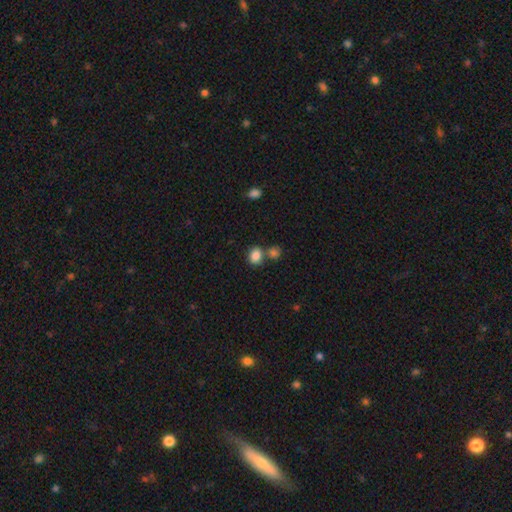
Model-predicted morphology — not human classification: The model was most divided on "how rounded": in between: 51%, round: 48%, cigar-shaped: 1%. More confident: smooth or featured — smooth (85%); merging — none (58%).